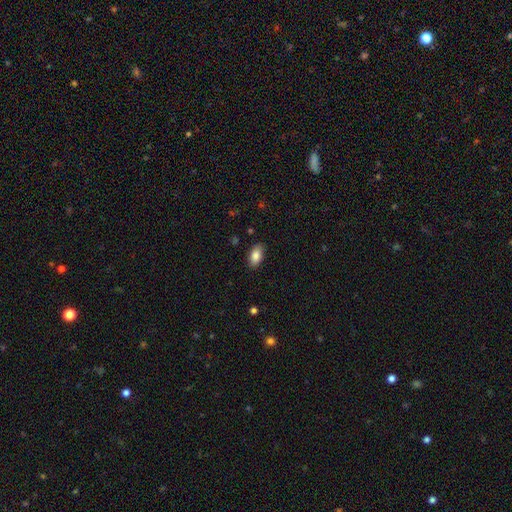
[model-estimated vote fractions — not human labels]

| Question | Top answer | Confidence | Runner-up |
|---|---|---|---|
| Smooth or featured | smooth | 85% | star or artifact (7%) |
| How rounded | in between | 92% | round (5%) |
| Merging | none | 87% | minor disturbance (10%) |